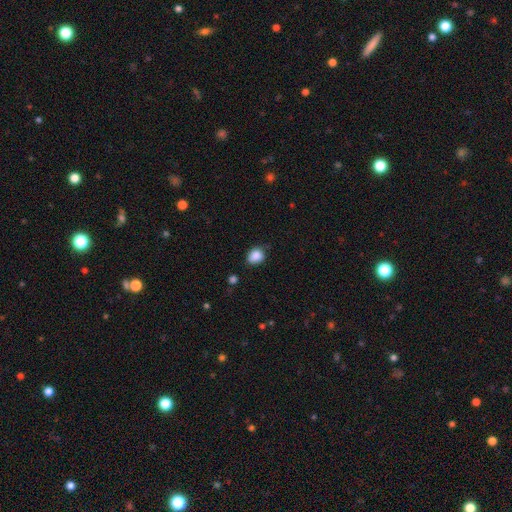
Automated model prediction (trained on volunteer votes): Smooth or featured: smooth — 87% (star or artifact — 9%)
How rounded: round — 58% (in between — 41%)
Merging: none — 71% (minor disturbance — 23%)